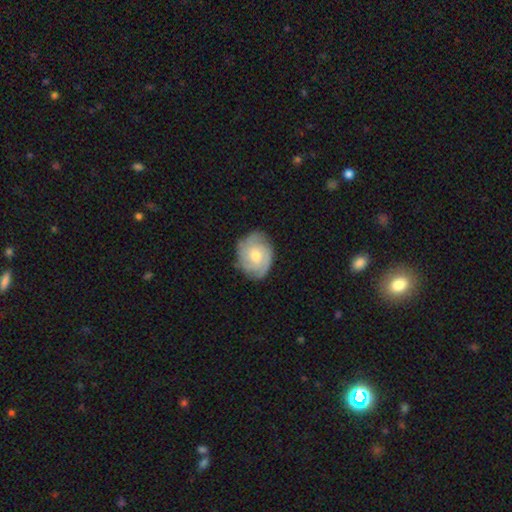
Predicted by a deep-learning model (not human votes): Morphology: type=featured or disk (65%); edge-on=no (97%); bar=no (76%); spiral arms=yes (90%); winding=tight (60%); arm count=3 (31%); bulge=moderate (58%); merging=none (77%).